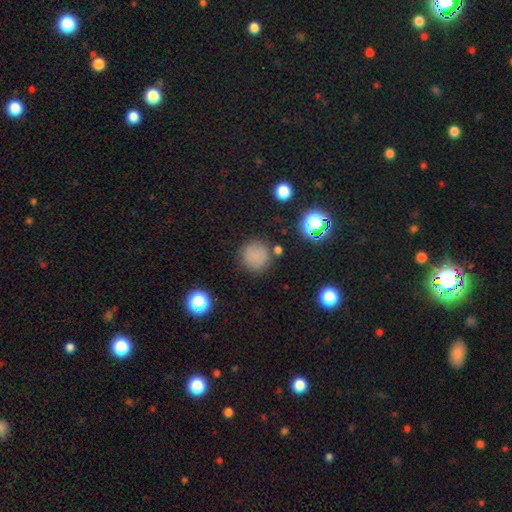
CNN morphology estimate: Overall: smooth (77%). How rounded: round (94%). Merging: none (83%).